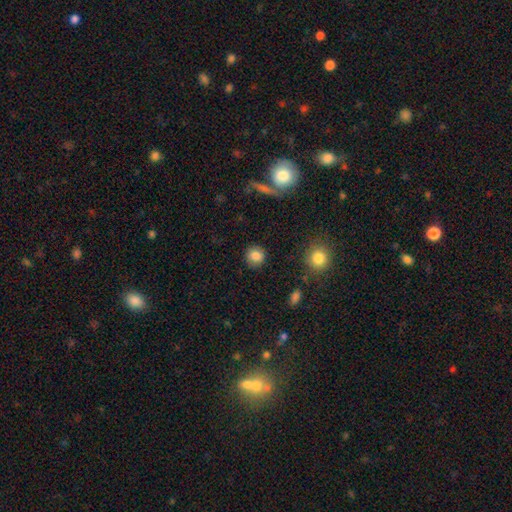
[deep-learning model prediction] Q: Smooth or featured?
A: smooth (83%); runner-up: star or artifact (10%)
Q: How rounded?
A: round (90%); runner-up: in between (9%)
Q: Merging?
A: none (89%); runner-up: minor disturbance (7%)